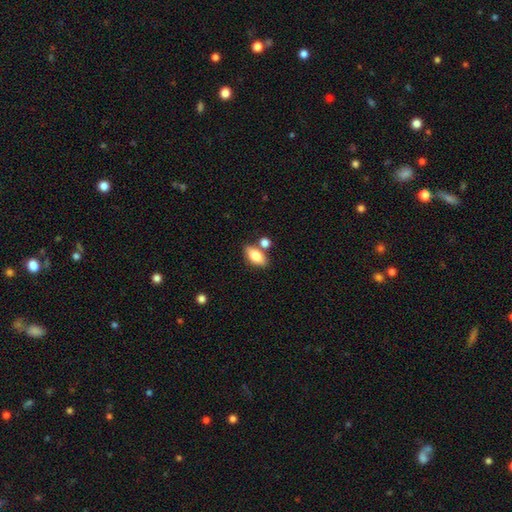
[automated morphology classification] smooth-or-featured: smooth: 81% | featured or disk: 12% | star or artifact: 7%
  how-rounded: in between: 86% | cigar-shaped: 8% | round: 5%
  merging: none: 67% | merger: 18% | minor disturbance: 12% | major disturbance: 3%